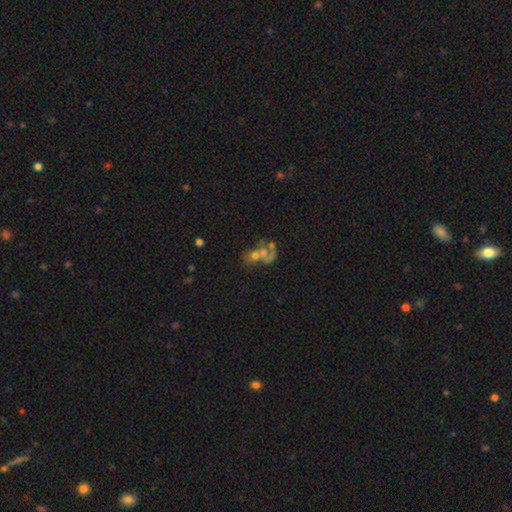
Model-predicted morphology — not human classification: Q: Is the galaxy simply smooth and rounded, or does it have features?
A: featured or disk — 46%.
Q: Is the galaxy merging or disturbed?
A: merger — 54%.